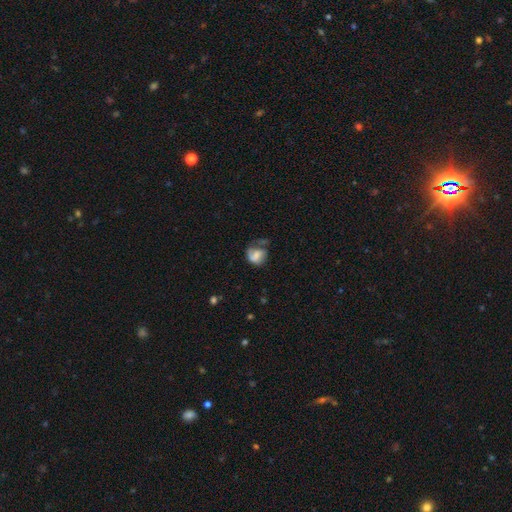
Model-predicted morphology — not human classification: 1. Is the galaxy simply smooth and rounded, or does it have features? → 53% smooth, 37% featured or disk, 10% star or artifact.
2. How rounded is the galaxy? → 54% round, 45% in between, 1% cigar-shaped.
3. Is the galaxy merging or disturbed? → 34% major disturbance, 31% none, 26% minor disturbance, 8% merger.